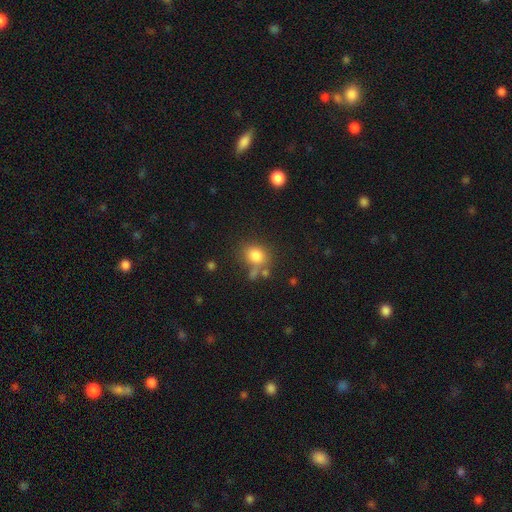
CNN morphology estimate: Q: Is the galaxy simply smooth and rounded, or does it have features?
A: smooth — 81%.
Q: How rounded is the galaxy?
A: round — 56%.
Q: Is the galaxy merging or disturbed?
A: none — 63%.